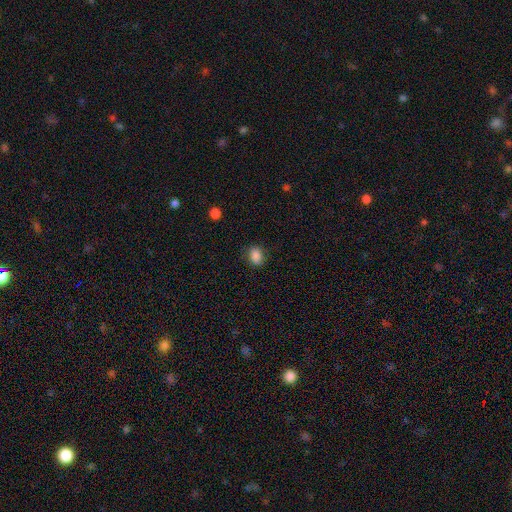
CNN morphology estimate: Smooth or featured? smooth (86%)
How rounded? in between (61%)
Merging? none (82%)